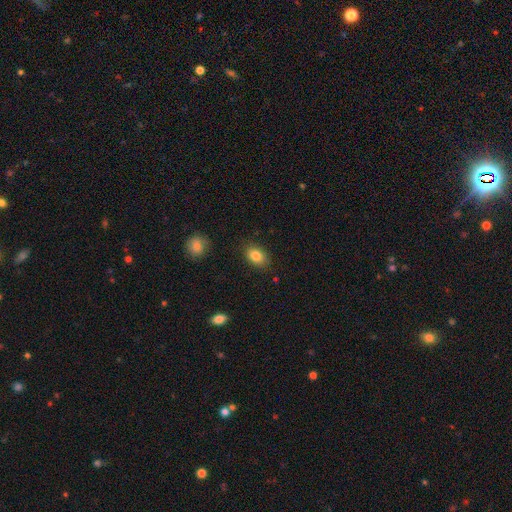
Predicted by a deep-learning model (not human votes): Smooth or featured: smooth — 84% (star or artifact — 9%)
How rounded: in between — 81% (round — 18%)
Merging: none — 84% (minor disturbance — 12%)